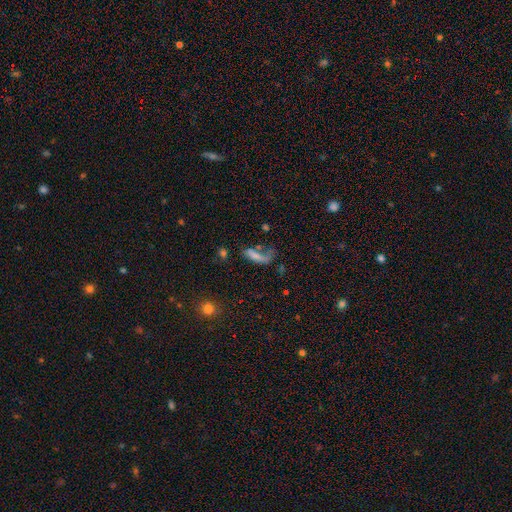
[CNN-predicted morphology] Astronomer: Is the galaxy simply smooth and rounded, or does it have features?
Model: smooth — 58%.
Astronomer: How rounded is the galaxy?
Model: cigar-shaped — 50% (runner-up: in between, 45%).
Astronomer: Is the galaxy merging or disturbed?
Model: major disturbance — 38% (runner-up: none, 29%).